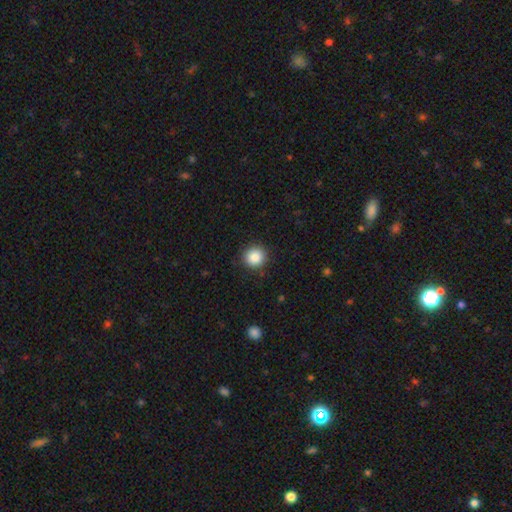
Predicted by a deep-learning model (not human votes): Morphology: type=smooth (87%); roundness=round (91%); merging=none (90%).